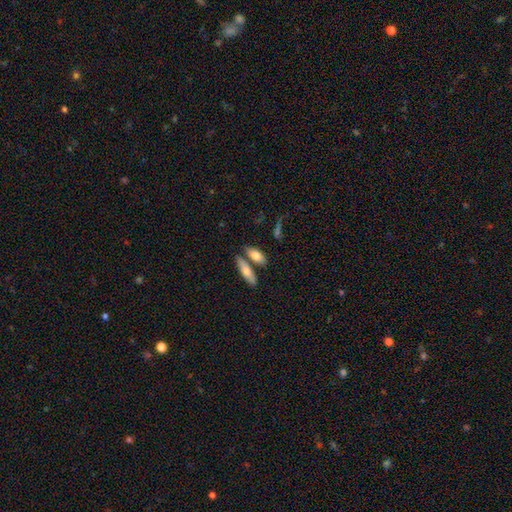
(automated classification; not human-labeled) Overall: smooth (75%). How rounded: in between (69%). Merging: none (65%).